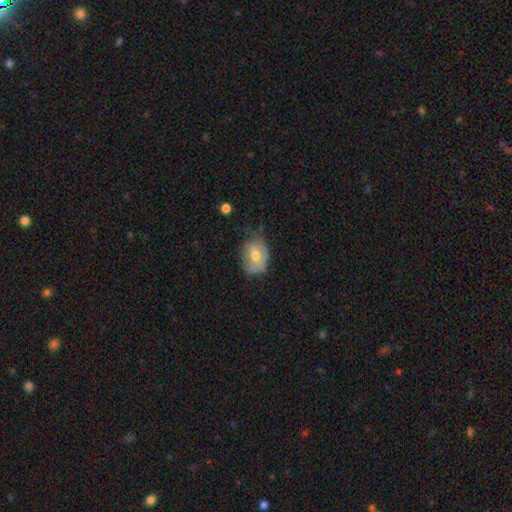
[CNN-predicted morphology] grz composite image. It shows a smooth galaxy with no disk features (56%) that is in between round and cigar-shaped (70%). Merging: none (45%).